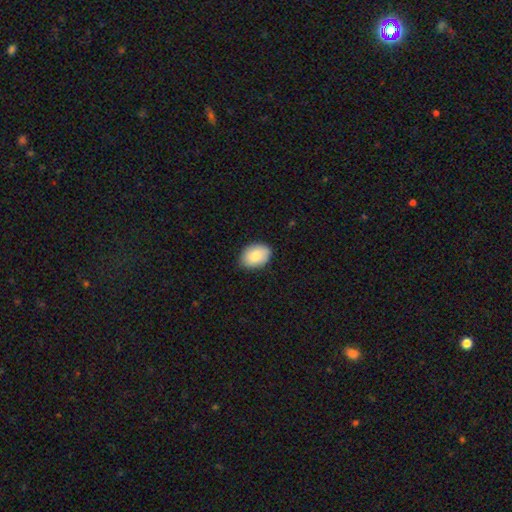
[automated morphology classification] smooth 85%, featured or disk 9%, star or artifact 6%. Down the decision tree: how rounded — in between (82%); merging — none (85%).